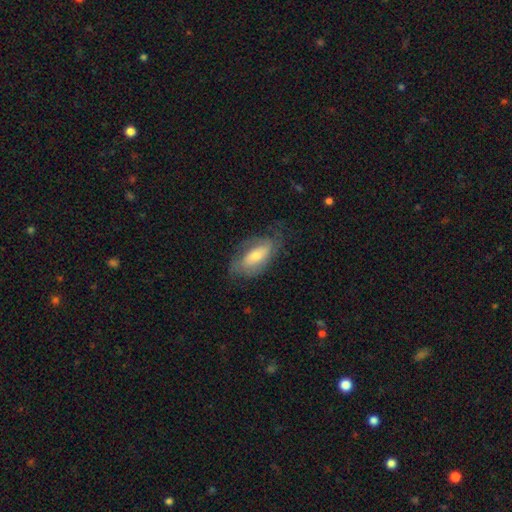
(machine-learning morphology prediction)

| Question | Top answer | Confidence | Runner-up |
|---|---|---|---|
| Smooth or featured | featured or disk | 48% | smooth (44%) |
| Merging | none | 62% | minor disturbance (24%) |